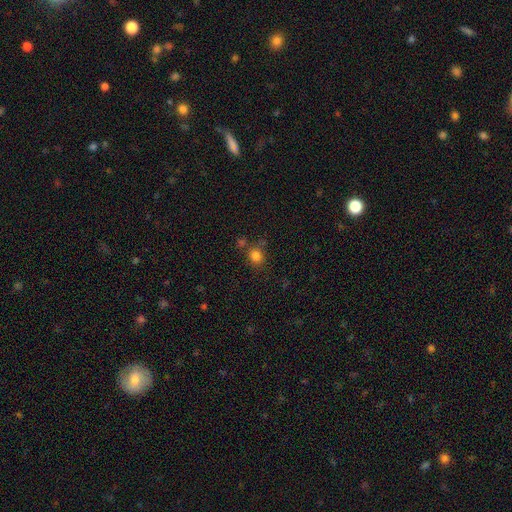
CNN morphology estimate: A smooth galaxy with no disk features (81%) that is round (79%). Merging: none (71%).